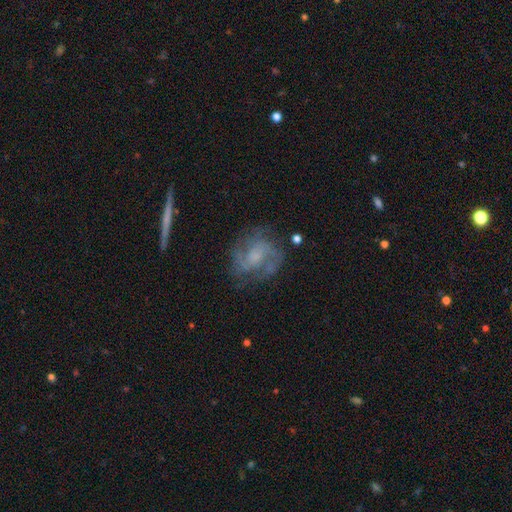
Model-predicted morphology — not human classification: A featured or disk galaxy (79%) with no bar (58%), 2 (57%) medium (49%) spiral arms (92%) and a small central bulge (33%). Merging: none (70%).